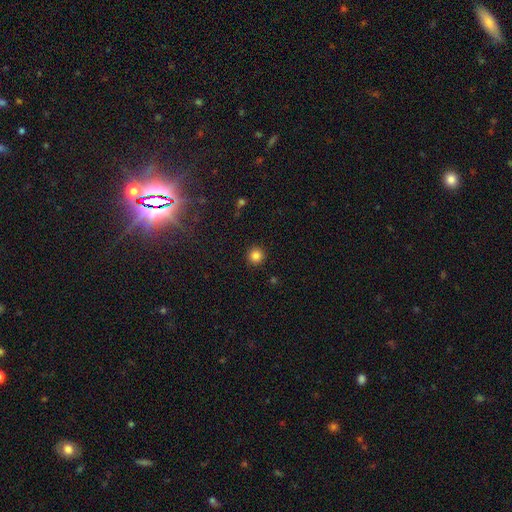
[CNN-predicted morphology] A smooth galaxy with no disk features (84%) that is round (95%). Merging: none (92%).